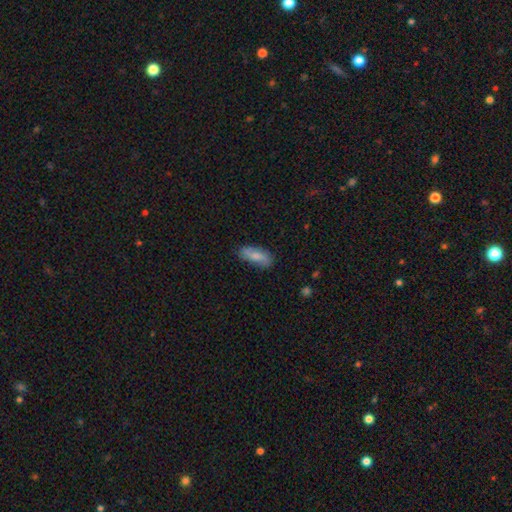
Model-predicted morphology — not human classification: This appears to be a smooth galaxy with no disk features (71%) that is in between round and cigar-shaped (78%). Merging: none (78%).